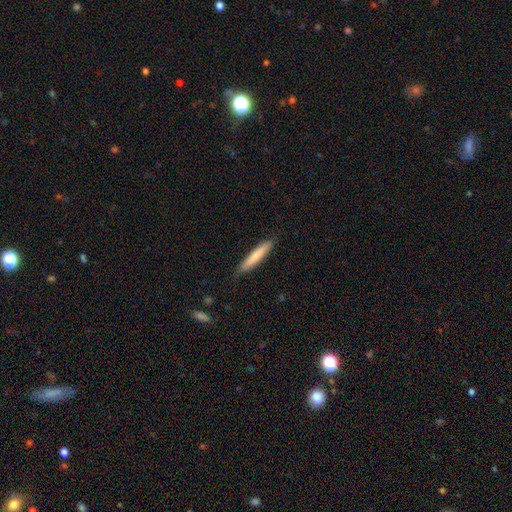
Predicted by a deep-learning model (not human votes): Smooth or featured? Predicted: smooth (p=0.73). How rounded? Predicted: cigar-shaped (p=0.92). Merging? Predicted: none (p=0.85).